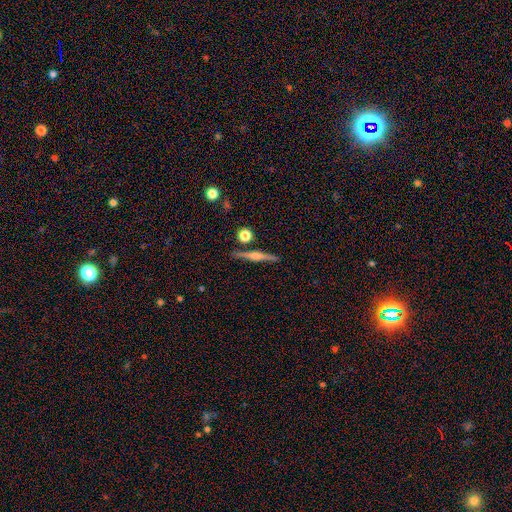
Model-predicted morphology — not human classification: The model was most divided on "smooth or featured": featured or disk: 74%, smooth: 20%, star or artifact: 7%. More confident: edge-on disk — yes (98%); merging — none (87%); edge-on bulge — rounded (85%).